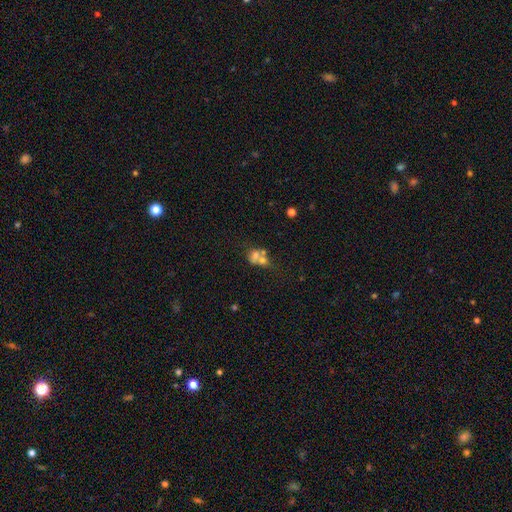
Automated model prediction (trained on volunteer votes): This appears to be a smooth galaxy with no disk features (59%) that is round (57%). Merging: merger (61%).